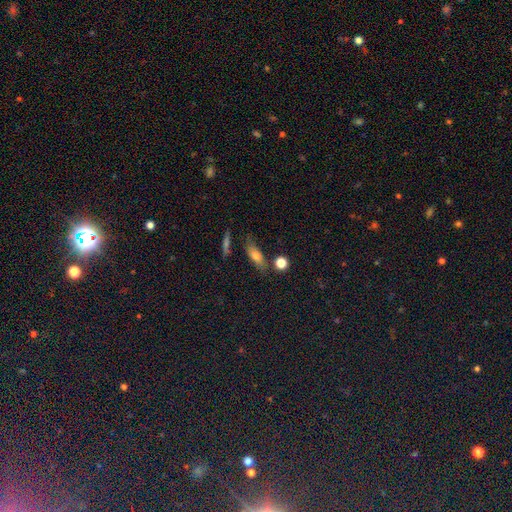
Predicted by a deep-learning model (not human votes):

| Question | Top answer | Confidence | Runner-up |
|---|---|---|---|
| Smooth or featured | smooth | 70% | featured or disk (19%) |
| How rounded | in between | 62% | cigar-shaped (31%) |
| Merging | none | 71% | minor disturbance (17%) |